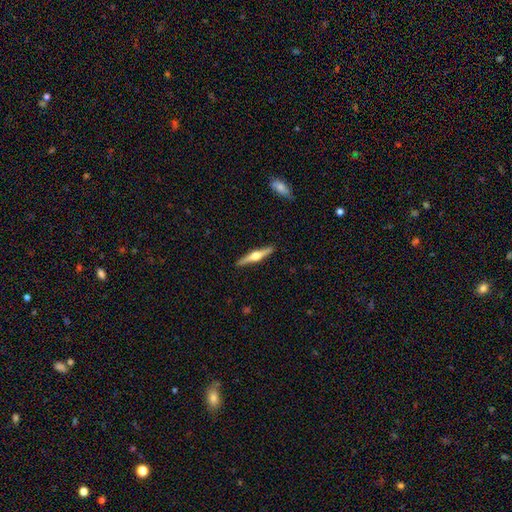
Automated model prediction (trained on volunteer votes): This is likely a featured or disk galaxy (74%). It is clearly viewed edge-on (98%). Edge-on bulge: clearly rounded (95%). Merging: clearly none (91%).